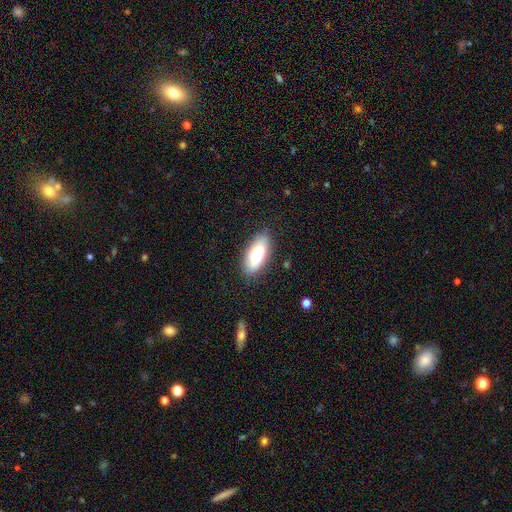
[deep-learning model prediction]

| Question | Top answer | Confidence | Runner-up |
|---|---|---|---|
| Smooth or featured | smooth | 78% | featured or disk (15%) |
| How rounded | in between | 85% | cigar-shaped (13%) |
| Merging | none | 83% | minor disturbance (12%) |